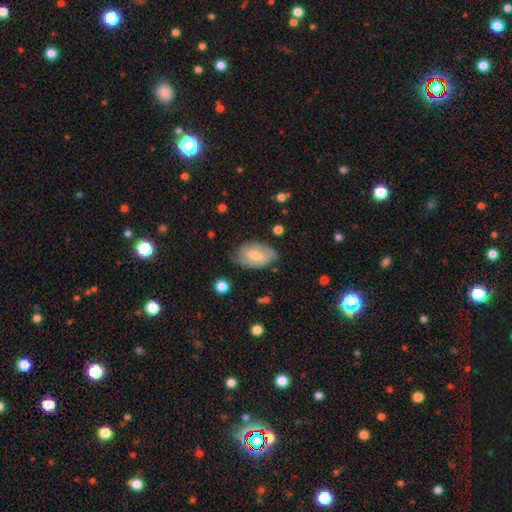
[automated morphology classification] The model was most divided on "merging": none: 64%, minor disturbance: 28%, major disturbance: 6%, merger: 2%. More confident: how rounded — in between (92%); smooth or featured — smooth (67%).